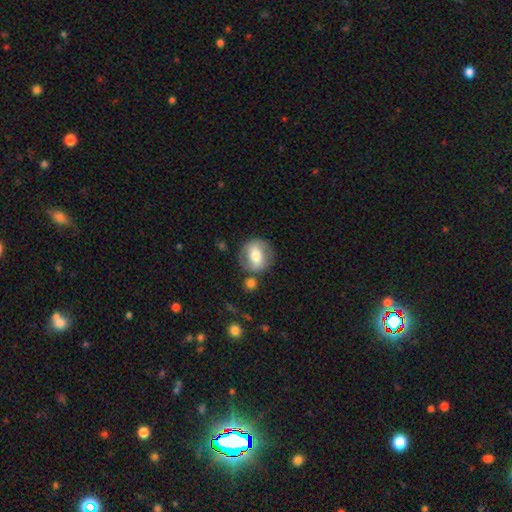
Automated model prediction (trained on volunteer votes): A smooth galaxy with no disk features (51%) that is round (77%).

Vote fractions:
- Smooth or featured? smooth: 51% / featured or disk: 42% / star or artifact: 7%
- How rounded? round: 77% / in between: 21% / cigar-shaped: 1%
- Merging? none: 76% / minor disturbance: 13% / merger: 6% / major disturbance: 5%